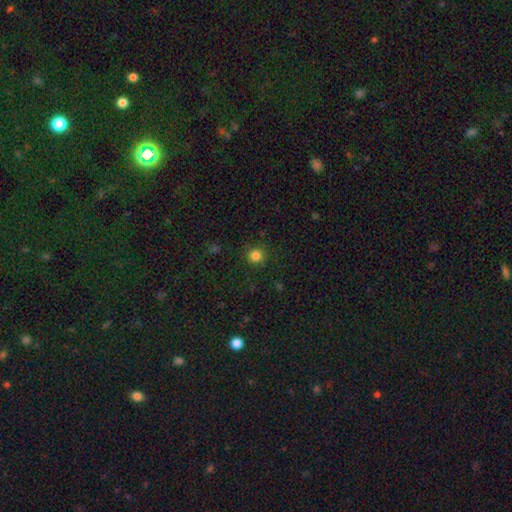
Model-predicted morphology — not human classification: A smooth galaxy with no disk features (83%) that is round (93%).

Vote fractions:
- Smooth or featured? smooth: 83% / star or artifact: 13% / featured or disk: 4%
- How rounded? round: 93% / in between: 6% / cigar-shaped: 1%
- Merging? none: 90% / minor disturbance: 7% / major disturbance: 2% / merger: 1%